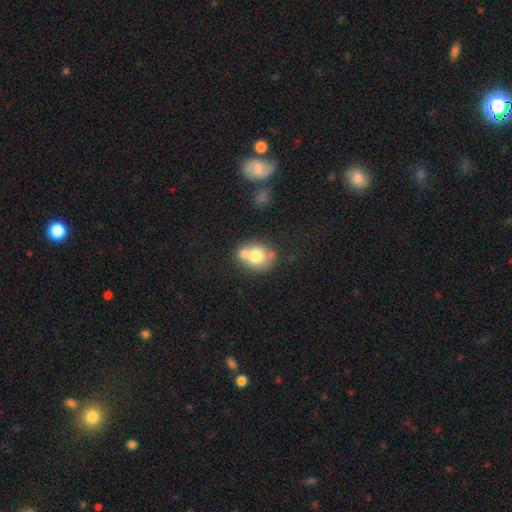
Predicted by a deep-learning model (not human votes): smooth_or_featured: smooth (p=0.70) [alt: featured or disk p=0.21]
how_rounded: round (p=0.63) [alt: in between p=0.36]
merging: none (p=0.47) [alt: merger p=0.38]